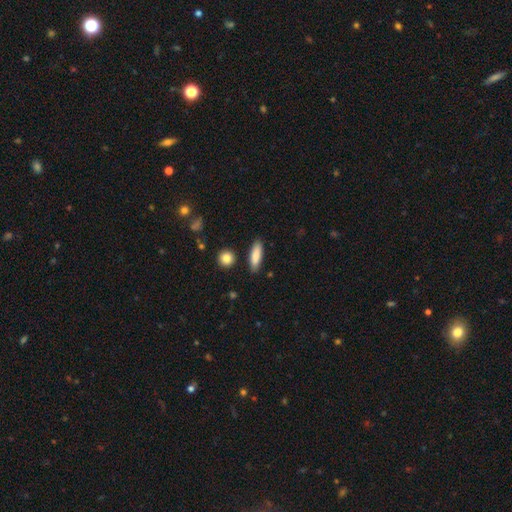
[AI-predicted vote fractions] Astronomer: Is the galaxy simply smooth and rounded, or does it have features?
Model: smooth — 84%.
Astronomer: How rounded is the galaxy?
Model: in between — 53% (runner-up: cigar-shaped, 45%).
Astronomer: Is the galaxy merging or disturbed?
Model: none — 86%.